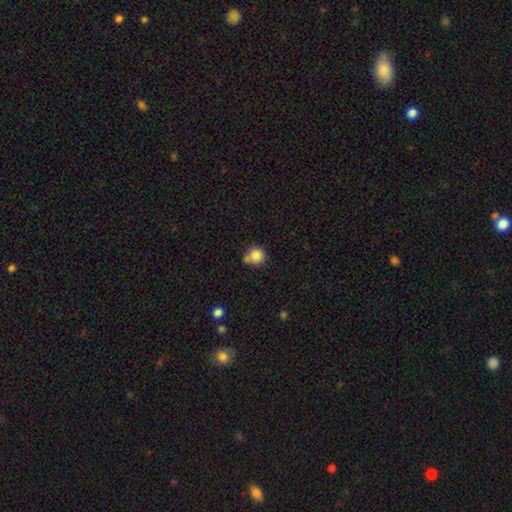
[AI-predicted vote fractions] This is clearly a smooth galaxy (85%). How rounded: clearly round (90%). Merging: possibly none (58%).